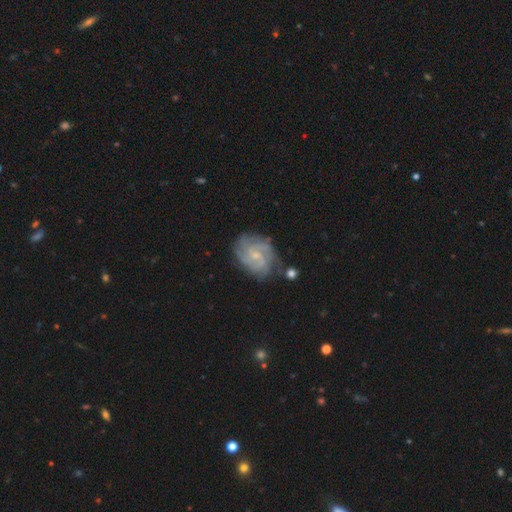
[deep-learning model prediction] A featured or disk galaxy (86%) with no bar (49%), 3 (27%) tight (59%) spiral arms (97%) and a small central bulge (68%).

Vote fractions:
- Smooth or featured? featured or disk: 86% / smooth: 8% / star or artifact: 6%
- Edge-on disk? no: 98% / yes: 2%
- Bar? no: 49% / weak: 45% / strong: 7%
- Spiral arms? yes: 97% / no: 3%
- Spiral winding? tight: 59% / medium: 34% / loose: 6%
- Spiral arm count? 3: 27% / 2: 24% / can't tell: 21% / 4: 16% / more than 4: 6% / 1: 6%
- Bulge size? small: 68% / moderate: 23% / none: 7% / large: 1% / dominant: 1%
- Merging? none: 74% / minor disturbance: 17% / major disturbance: 6% / merger: 3%